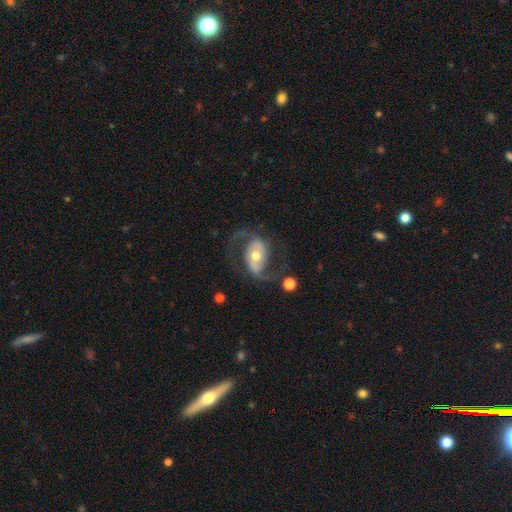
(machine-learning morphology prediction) A featured or disk galaxy (85%) with no bar (38%), 2 (92%) loose (47%) spiral arms (94%) and a moderate central bulge (70%).

Vote fractions:
- Smooth or featured? featured or disk: 85% / smooth: 10% / star or artifact: 5%
- Edge-on disk? no: 97% / yes: 3%
- Bar? no: 38% / weak: 35% / strong: 27%
- Spiral arms? yes: 94% / no: 6%
- Spiral winding? loose: 47% / medium: 43% / tight: 10%
- Spiral arm count? 2: 92% / 1: 3% / can't tell: 3% / 3: 1% / 4: 1% / more than 4: 1%
- Bulge size? moderate: 70% / small: 19% / large: 8% / dominant: 1% / none: 1%
- Merging? none: 66% / major disturbance: 17% / minor disturbance: 15% / merger: 3%